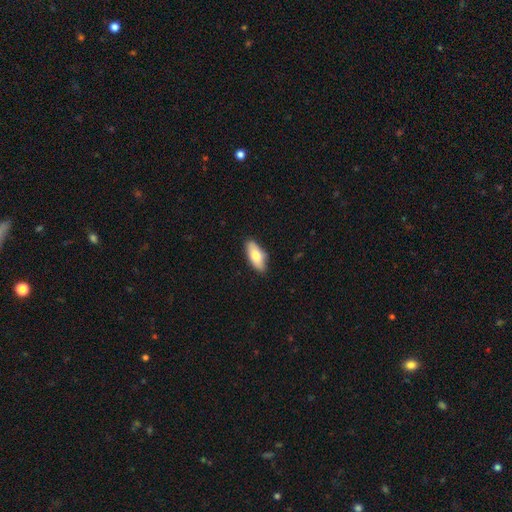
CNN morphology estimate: smooth 74%, featured or disk 20%, star or artifact 6%. Down the decision tree: how rounded — in between (81%); merging — none (87%).